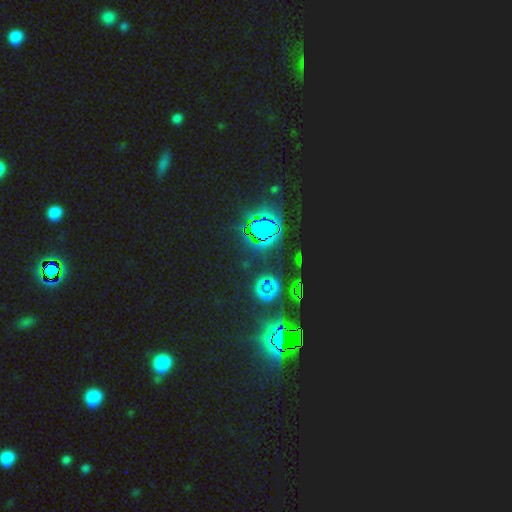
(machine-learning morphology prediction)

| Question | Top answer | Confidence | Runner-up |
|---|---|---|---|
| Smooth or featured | star or artifact | 81% | smooth (12%) |